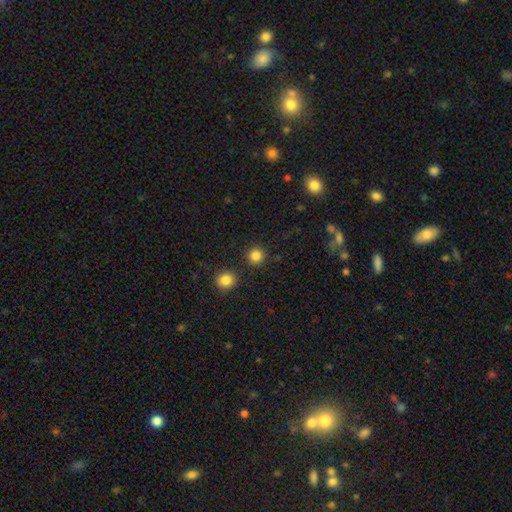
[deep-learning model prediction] A smooth galaxy with no disk features (84%) that is round (94%).

Vote fractions:
- Smooth or featured? smooth: 84% / star or artifact: 12% / featured or disk: 4%
- How rounded? round: 94% / in between: 5% / cigar-shaped: 1%
- Merging? none: 89% / minor disturbance: 5% / merger: 3% / major disturbance: 2%